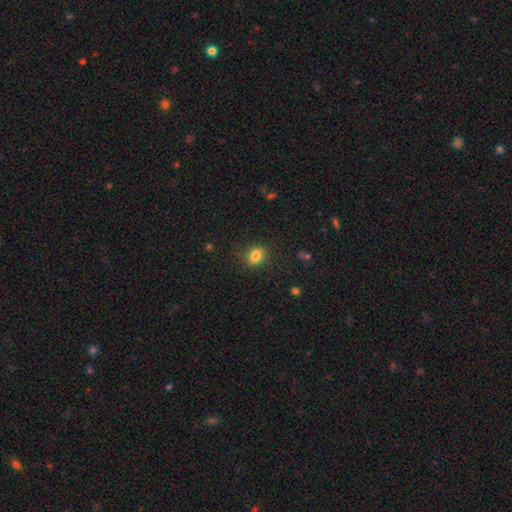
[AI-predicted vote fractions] The model was most divided on "how rounded": round: 62%, in between: 37%, cigar-shaped: 1%. More confident: merging — none (84%); smooth or featured — smooth (83%).